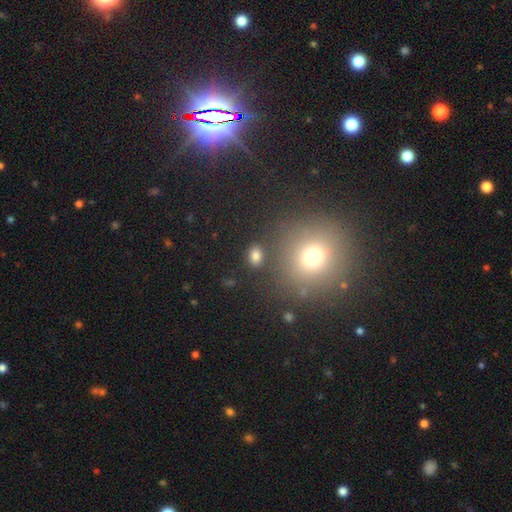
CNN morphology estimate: type=smooth (80%); roundness=in between (72%); merging=none (81%).